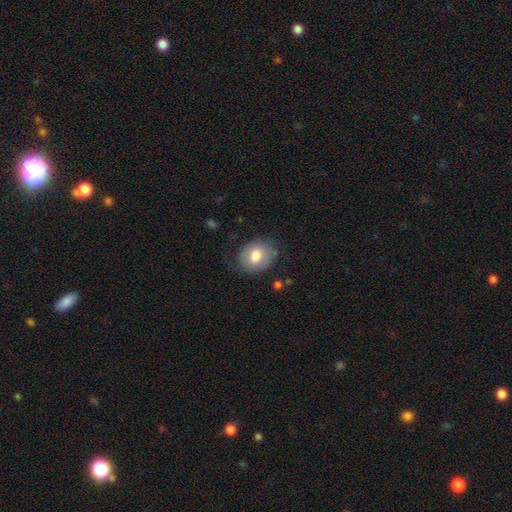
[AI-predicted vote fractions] Smooth or featured? Predicted: smooth (p=0.70). How rounded? Predicted: round (p=0.52). Merging? Predicted: none (p=0.72).